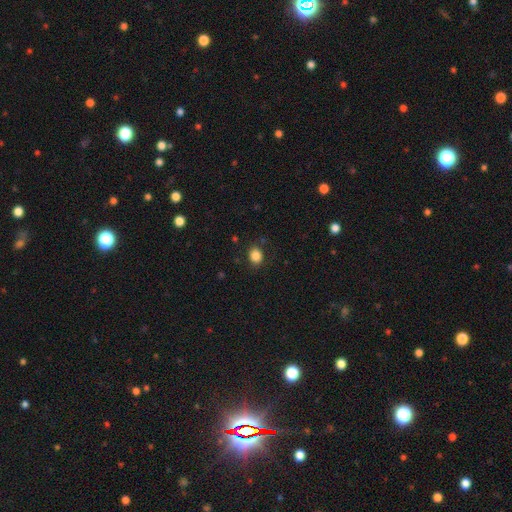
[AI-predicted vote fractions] Smooth or featured: smooth — 85% (star or artifact — 11%)
How rounded: round — 58% (in between — 41%)
Merging: none — 86% (minor disturbance — 10%)